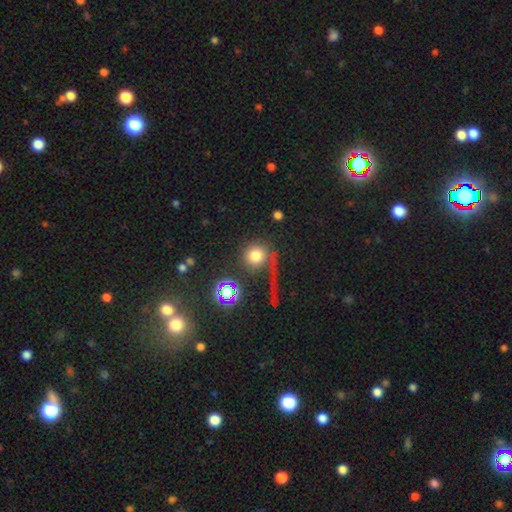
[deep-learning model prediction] smooth_or_featured: smooth (p=0.69) [alt: star or artifact p=0.18]
how_rounded: round (p=0.90) [alt: in between p=0.08]
merging: none (p=0.52) [alt: major disturbance p=0.23]